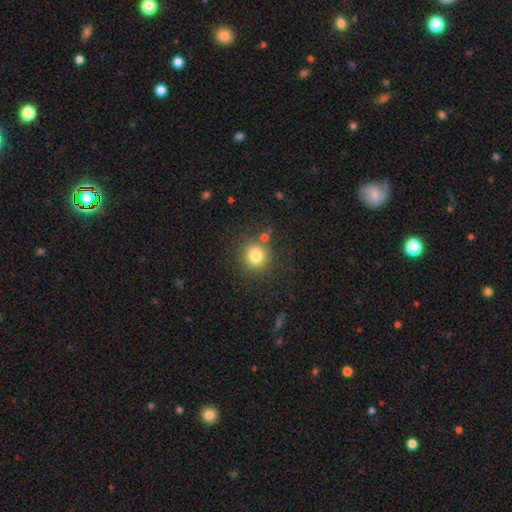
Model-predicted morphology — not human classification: Smooth or featured? Predicted: smooth (p=0.80). How rounded? Predicted: round (p=0.92). Merging? Predicted: none (p=0.82).